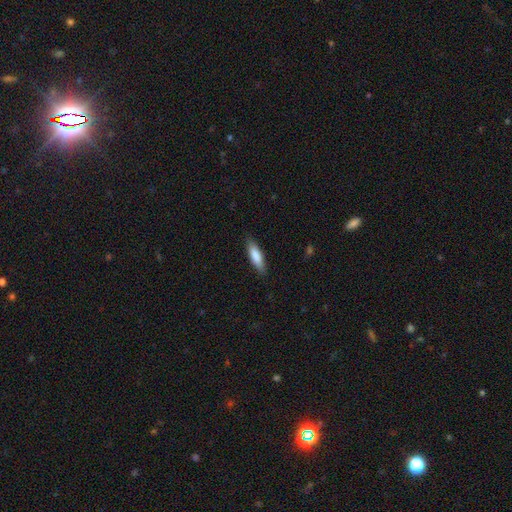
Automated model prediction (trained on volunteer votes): Morphology: type=smooth (83%); roundness=cigar-shaped (59%); merging=none (87%).